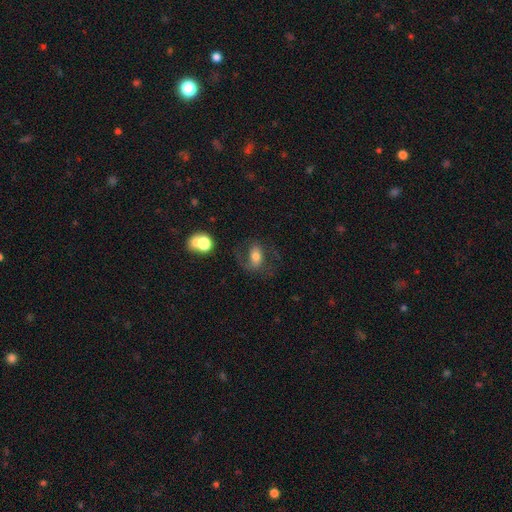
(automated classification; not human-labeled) Smooth or featured: featured or disk — 54% (smooth — 36%)
Edge-on disk: no — 96% (yes — 4%)
Bar: no — 40% (weak — 35%)
Spiral arms: yes — 83% (no — 17%)
Bulge size: moderate — 59% (large — 20%)
Merging: none — 56% (major disturbance — 22%)